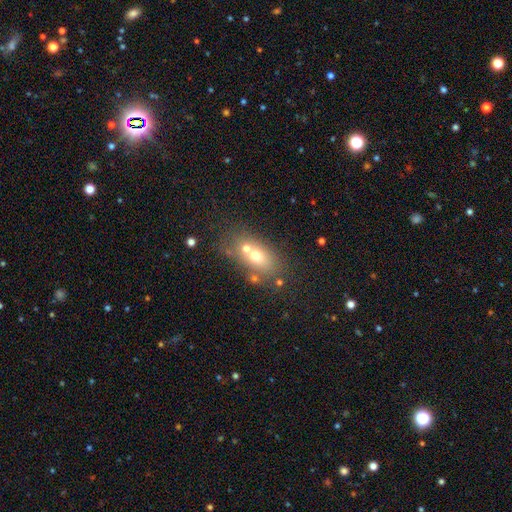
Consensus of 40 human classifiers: smooth_or_featured: smooth (p=0.82) [alt: featured or disk p=0.15]
how_rounded: in between (p=0.88) [alt: round p=0.12]
merging: merger (p=0.54) [alt: none p=0.44]